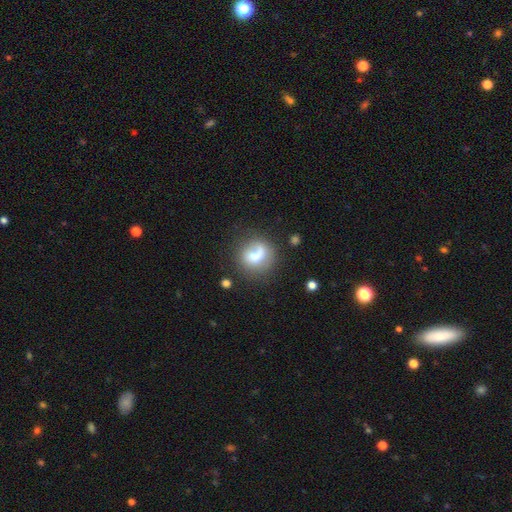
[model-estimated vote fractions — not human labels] The model was most divided on "merging": none: 48%, major disturbance: 21%, minor disturbance: 20%, merger: 12%. More confident: how rounded — round (75%); smooth or featured — smooth (60%).